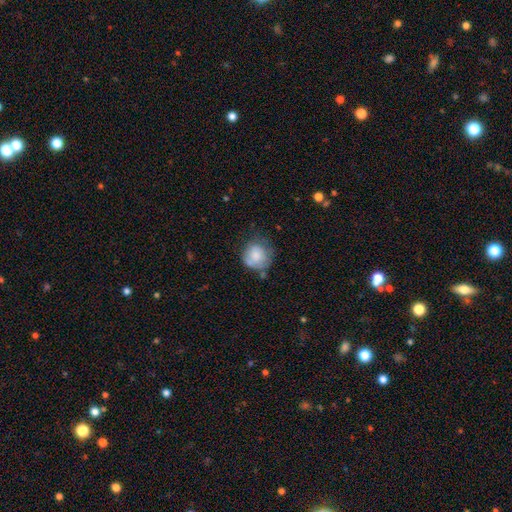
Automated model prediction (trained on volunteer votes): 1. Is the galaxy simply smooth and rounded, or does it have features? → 72% smooth, 20% featured or disk, 8% star or artifact.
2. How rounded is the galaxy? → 84% round, 15% in between, 1% cigar-shaped.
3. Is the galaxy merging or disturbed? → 53% none, 29% minor disturbance, 12% major disturbance, 6% merger.